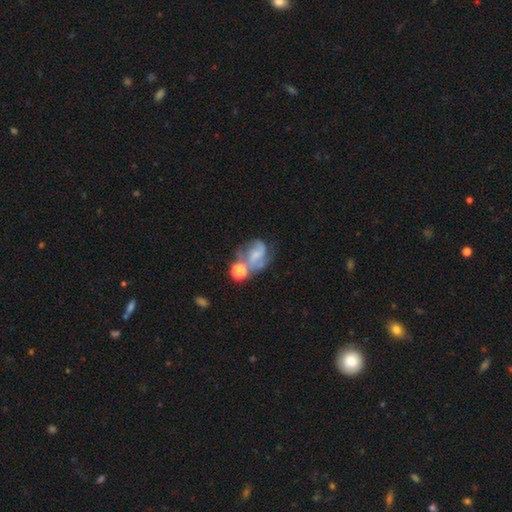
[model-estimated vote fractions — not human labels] smooth-or-featured: featured or disk: 58% | smooth: 29% | star or artifact: 13%
  disk-edge-on: no: 97% | yes: 3%
    bar: no: 54% | weak: 34% | strong: 12%
    has-spiral-arms: yes: 75% | no: 25%
    bulge-size: small: 40% | none: 38% | moderate: 16% | large: 4% | dominant: 2%
  merging: none: 31% | major disturbance: 25% | merger: 23% | minor disturbance: 21%